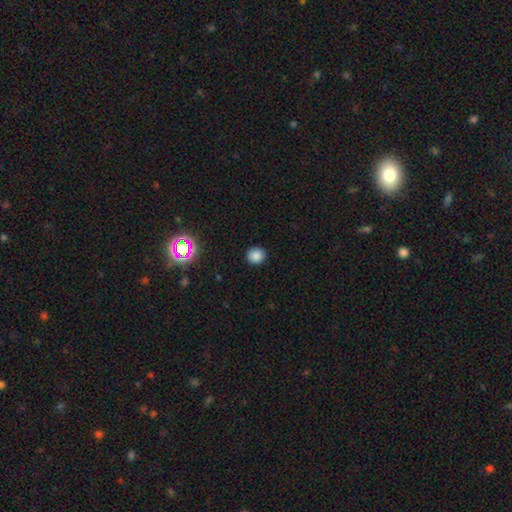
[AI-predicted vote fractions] smooth 82%, star or artifact 14%, featured or disk 4%. Down the decision tree: how rounded — round (88%); merging — none (91%).